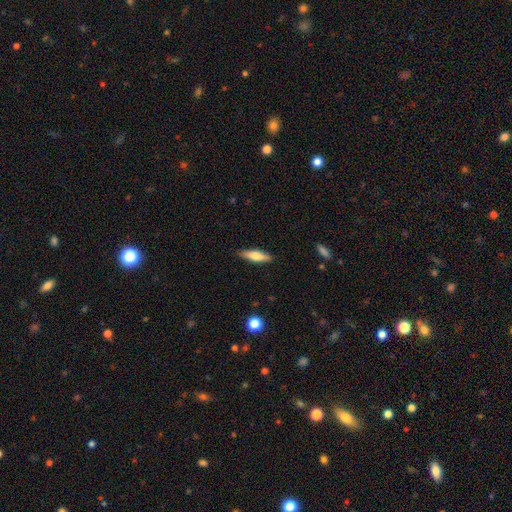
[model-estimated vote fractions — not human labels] Smooth or featured? smooth (69%)
How rounded? cigar-shaped (66%)
Merging? none (87%)